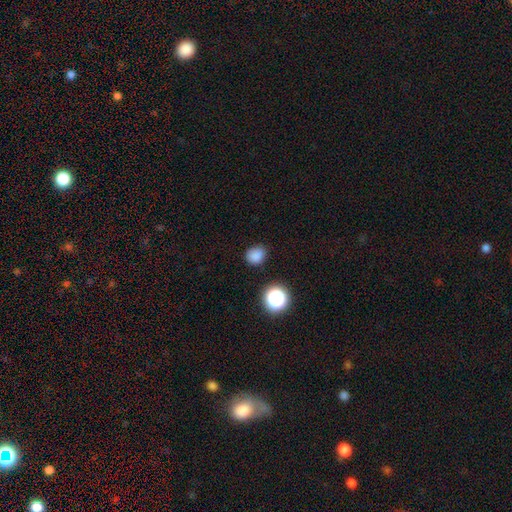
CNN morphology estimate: Overall: smooth (82%). How rounded: round (64%; in between 35%). Merging: none (80%).